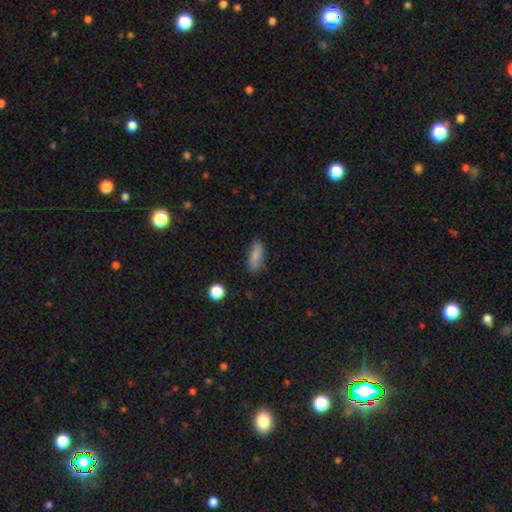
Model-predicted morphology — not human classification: Smooth or featured? Predicted: smooth (p=0.84). How rounded? Predicted: in between (p=0.66). Merging? Predicted: none (p=0.81).